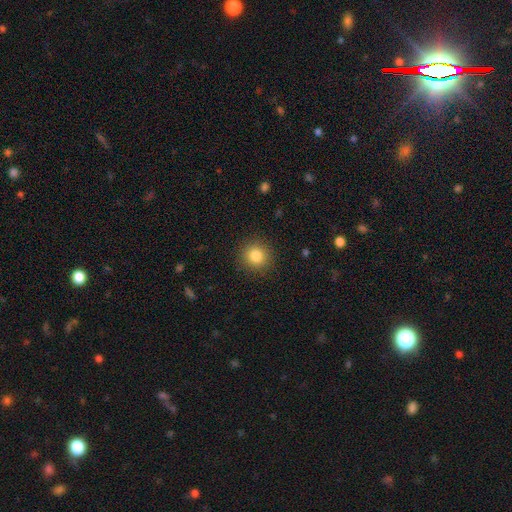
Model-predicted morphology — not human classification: smooth 83%, star or artifact 11%, featured or disk 6%. Down the decision tree: how rounded — round (93%); merging — none (90%).